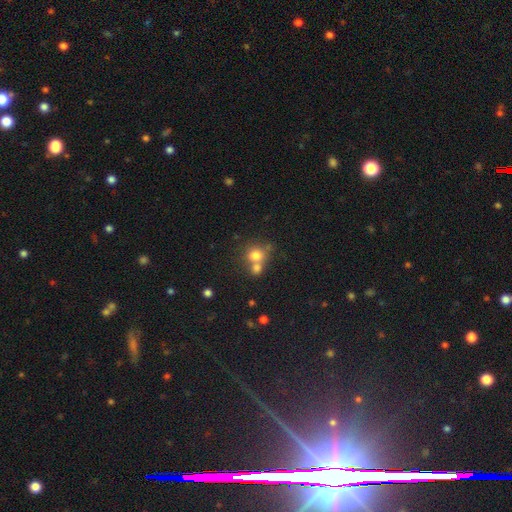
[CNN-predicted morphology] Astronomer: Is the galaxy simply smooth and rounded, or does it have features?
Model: smooth — 75%.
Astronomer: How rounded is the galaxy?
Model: round — 79%.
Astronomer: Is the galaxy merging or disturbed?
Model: merger — 48% (runner-up: none, 41%).